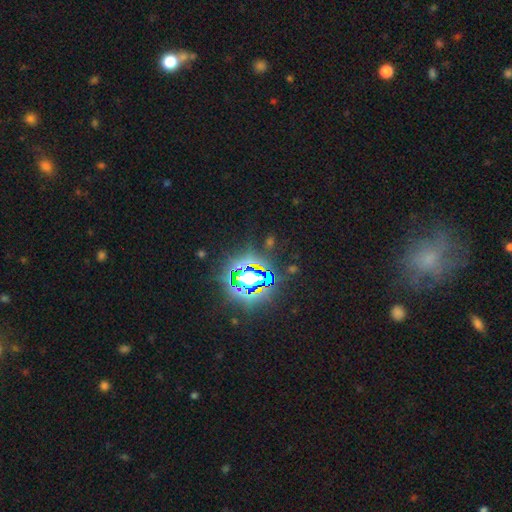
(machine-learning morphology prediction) The model was most divided on "smooth or featured": star or artifact: 82%, smooth: 11%, featured or disk: 7%.